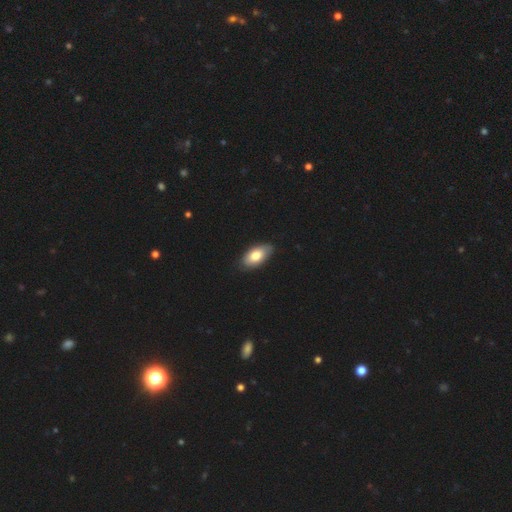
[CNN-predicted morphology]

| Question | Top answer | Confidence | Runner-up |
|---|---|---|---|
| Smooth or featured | smooth | 77% | featured or disk (17%) |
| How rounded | in between | 93% | cigar-shaped (4%) |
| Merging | none | 85% | minor disturbance (12%) |